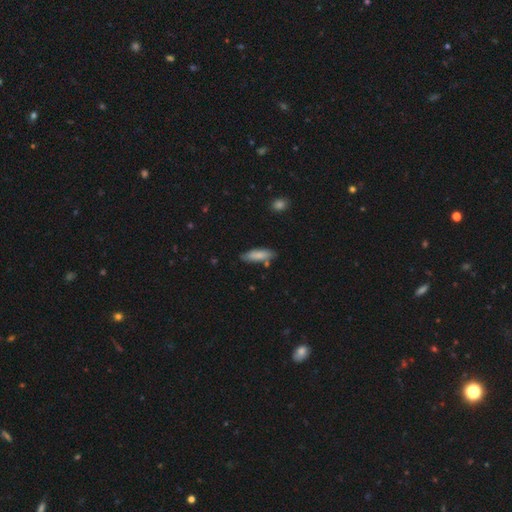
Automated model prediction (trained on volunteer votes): Q: Smooth or featured?
A: smooth (74%); runner-up: featured or disk (17%)
Q: How rounded?
A: cigar-shaped (54%); runner-up: in between (44%)
Q: Merging?
A: none (80%); runner-up: minor disturbance (14%)